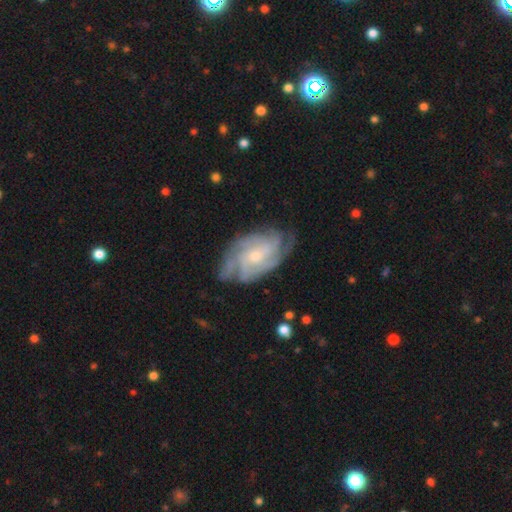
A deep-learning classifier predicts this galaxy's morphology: Smooth or featured? featured or disk (85%)
Edge-on disk? no (96%)
Bar? no (58%)
Spiral arms? yes (96%)
Spiral winding? tight (57%)
Spiral arm count? can't tell (29%)
Bulge size? small (50%)
Merging? none (72%)